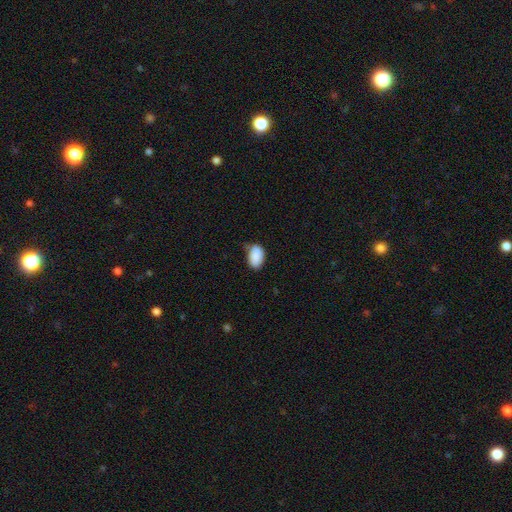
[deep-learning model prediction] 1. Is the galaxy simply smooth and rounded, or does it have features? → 89% smooth, 7% star or artifact, 4% featured or disk.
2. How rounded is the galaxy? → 91% in between, 8% round, 1% cigar-shaped.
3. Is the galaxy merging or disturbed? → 62% none, 30% minor disturbance, 5% major disturbance, 3% merger.